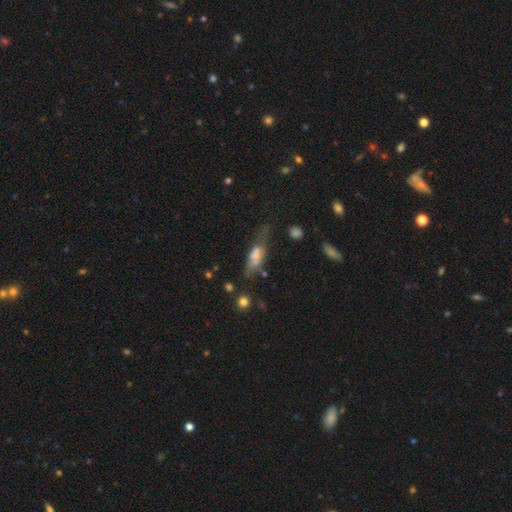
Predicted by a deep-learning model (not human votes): This is possibly a smooth galaxy (51%). How rounded: possibly in between (58%). Merging: marginally none (36%).